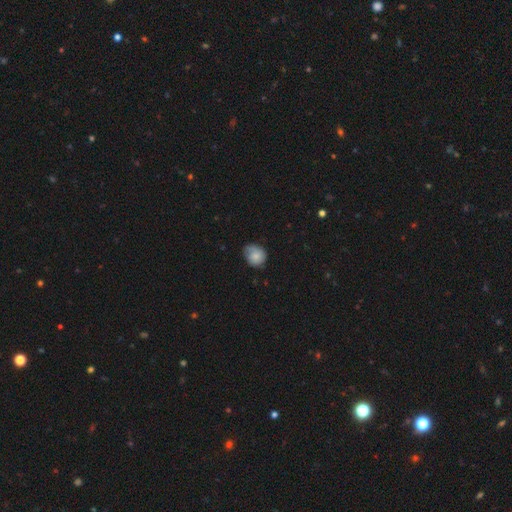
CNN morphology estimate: Smooth or featured? smooth (68%)
How rounded? round (66%)
Merging? none (57%)